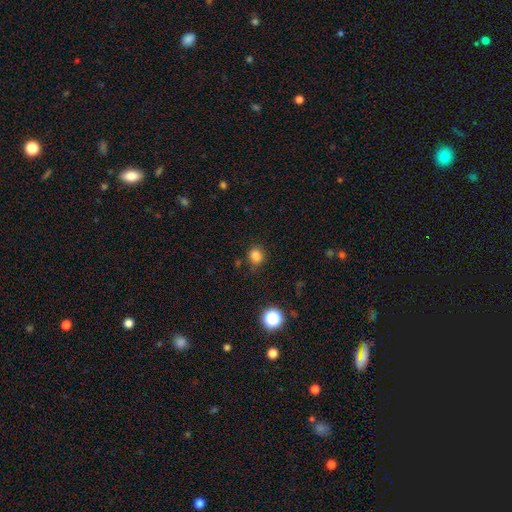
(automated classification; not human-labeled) Overall: smooth (82%). How rounded: round (68%; in between 31%). Merging: none (77%).